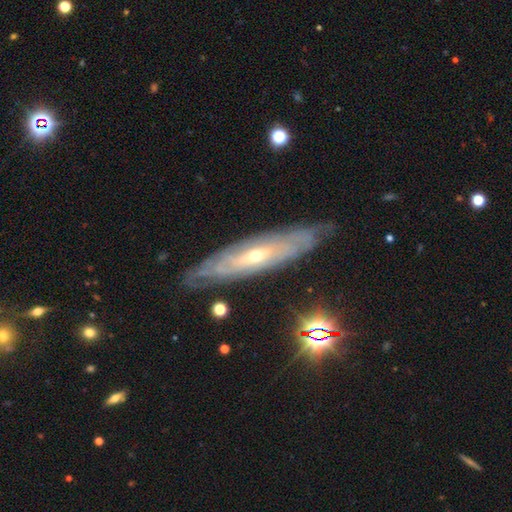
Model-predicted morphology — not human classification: type=featured or disk (80%); edge-on=no (67%); bar=no (68%); spiral arms=yes (77%); bulge=small (61%); merging=none (76%).